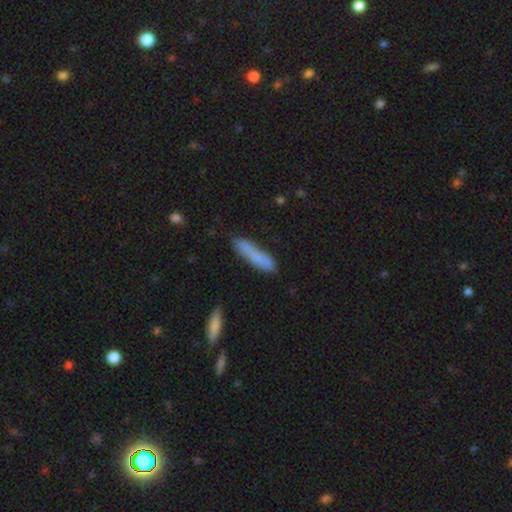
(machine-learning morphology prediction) Smooth or featured?
  - smooth: 77% *
  - featured or disk: 16%
  - star or artifact: 7%
How rounded?
  - cigar-shaped: 85% *
  - in between: 14%
  - round: 2%
Merging?
  - none: 77% *
  - minor disturbance: 17%
  - major disturbance: 3%
  - merger: 3%